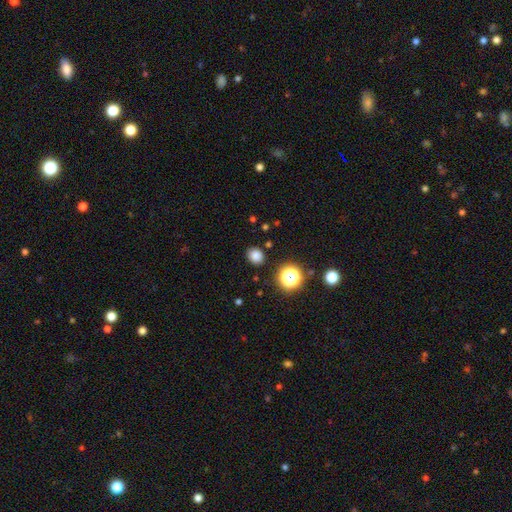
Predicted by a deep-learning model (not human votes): smooth-or-featured: smooth: 80% | star or artifact: 16% | featured or disk: 4%
  how-rounded: round: 74% | in between: 25% | cigar-shaped: 1%
  merging: none: 87% | minor disturbance: 8% | major disturbance: 3% | merger: 2%